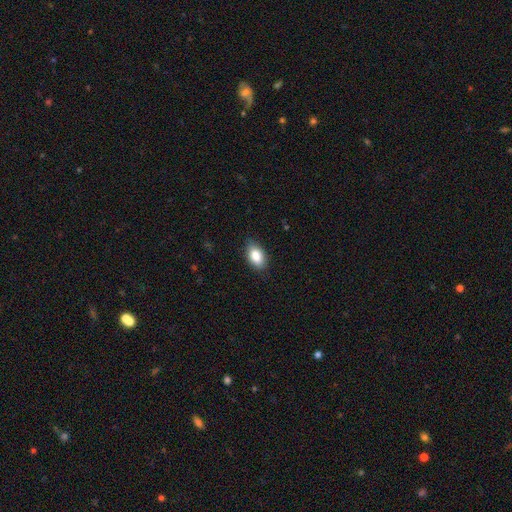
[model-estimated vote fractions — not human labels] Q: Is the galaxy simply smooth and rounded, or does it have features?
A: smooth — 85%.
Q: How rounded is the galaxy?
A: in between — 91%.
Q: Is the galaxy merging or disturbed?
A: none — 83%.